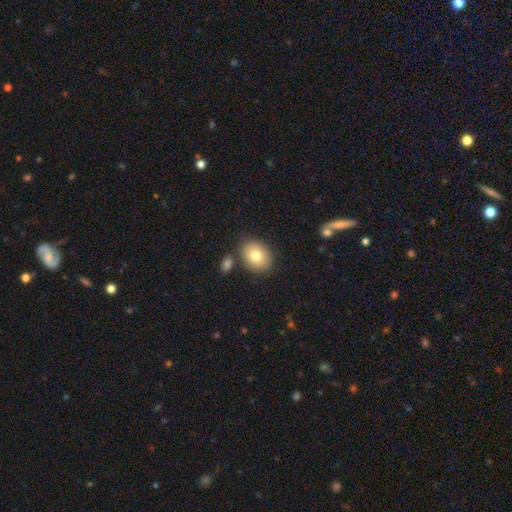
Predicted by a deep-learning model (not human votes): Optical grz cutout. It shows a smooth galaxy with no disk features (78%) that is in between round and cigar-shaped (60%). Merging: none (78%).